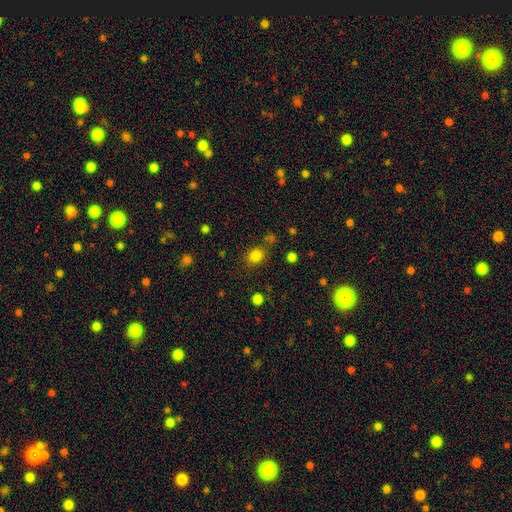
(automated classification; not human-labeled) Smooth or featured? smooth (81%)
How rounded? round (69%)
Merging? none (76%)